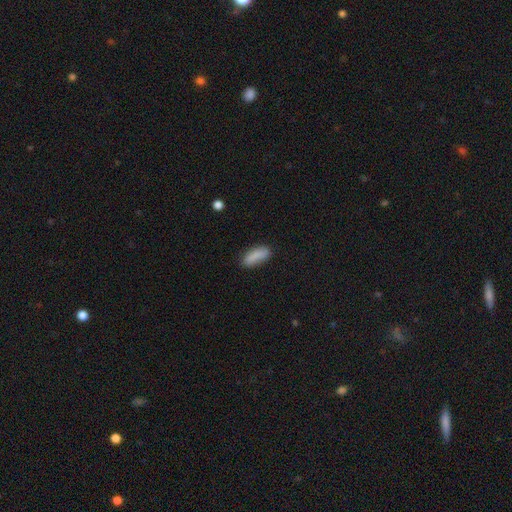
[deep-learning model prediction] Smooth or featured: smooth — 86% (star or artifact — 7%)
How rounded: in between — 65% (cigar-shaped — 33%)
Merging: none — 76% (minor disturbance — 18%)